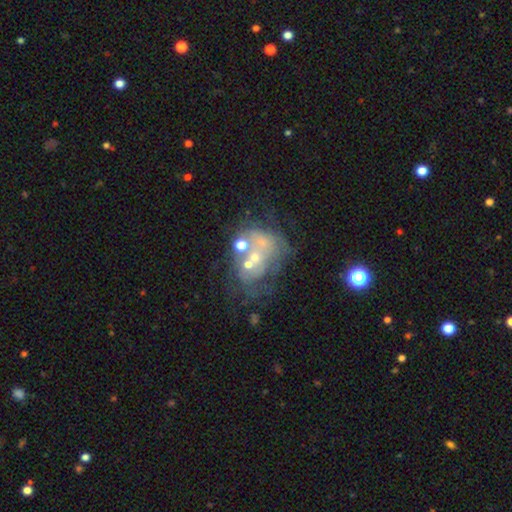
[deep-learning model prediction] smooth_or_featured: featured or disk (p=0.61) [alt: smooth p=0.22]
disk_edge_on: no (p=0.98) [alt: yes p=0.02]
bar: no (p=0.89) [alt: weak p=0.09]
has_spiral_arms: no (p=0.79) [alt: yes p=0.21]
bulge_size: small (p=0.45) [alt: none p=0.27]
merging: none (p=0.29) [tied with: merger p=0.29]